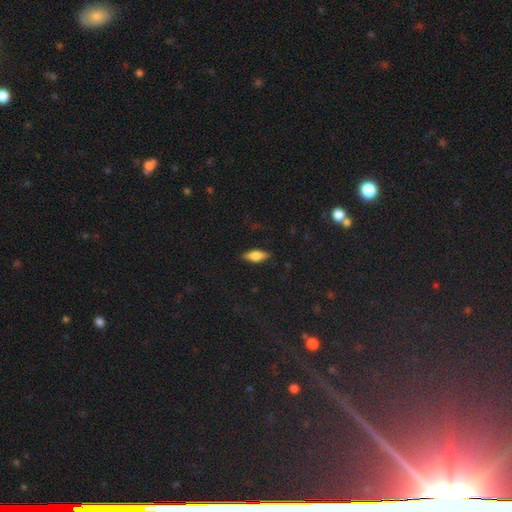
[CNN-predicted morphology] type=smooth (61%); roundness=in between (66%); merging=none (87%).